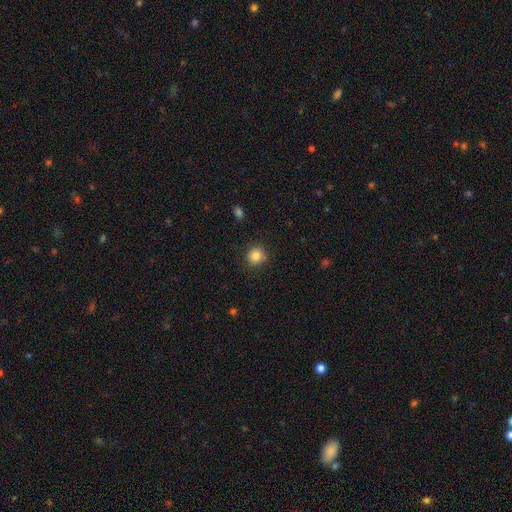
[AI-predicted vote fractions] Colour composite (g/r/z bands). It shows a smooth galaxy with no disk features (84%) that is round (89%). Merging: none (89%).